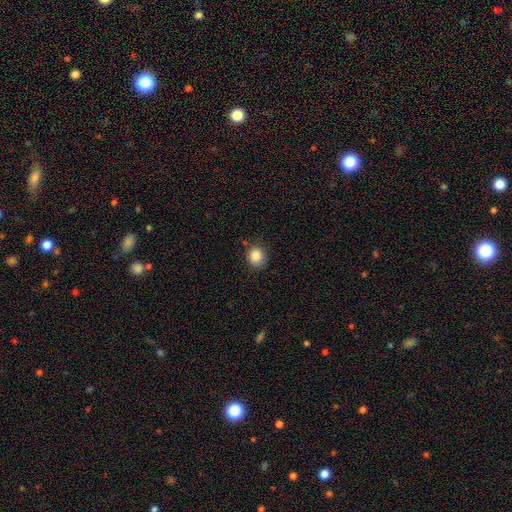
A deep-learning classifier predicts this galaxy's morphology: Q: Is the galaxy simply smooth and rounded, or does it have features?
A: smooth — 86%.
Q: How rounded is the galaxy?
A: round — 83%.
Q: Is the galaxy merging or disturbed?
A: none — 84%.